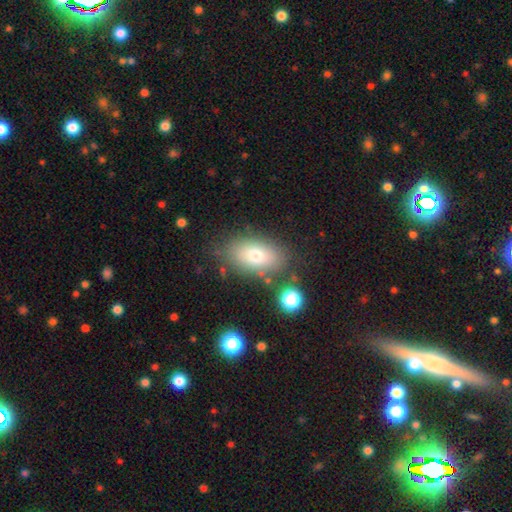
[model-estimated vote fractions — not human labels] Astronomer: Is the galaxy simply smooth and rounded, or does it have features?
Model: smooth — 73%.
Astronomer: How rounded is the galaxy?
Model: in between — 89%.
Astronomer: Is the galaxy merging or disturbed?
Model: none — 76%.